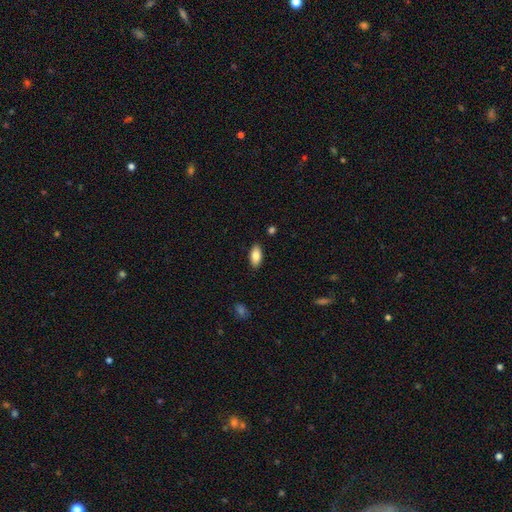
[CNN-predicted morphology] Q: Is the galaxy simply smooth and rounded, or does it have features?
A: smooth — 84%.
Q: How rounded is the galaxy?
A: in between — 90%.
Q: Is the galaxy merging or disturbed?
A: none — 88%.